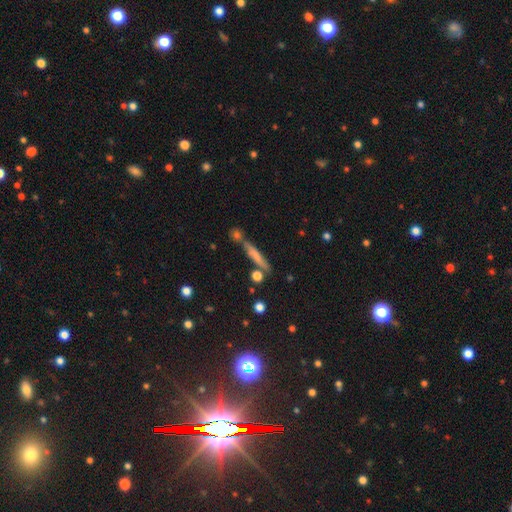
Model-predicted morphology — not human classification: Smooth or featured? Predicted: smooth (p=0.58). How rounded? Predicted: cigar-shaped (p=0.90). Merging? Predicted: none (p=0.68).